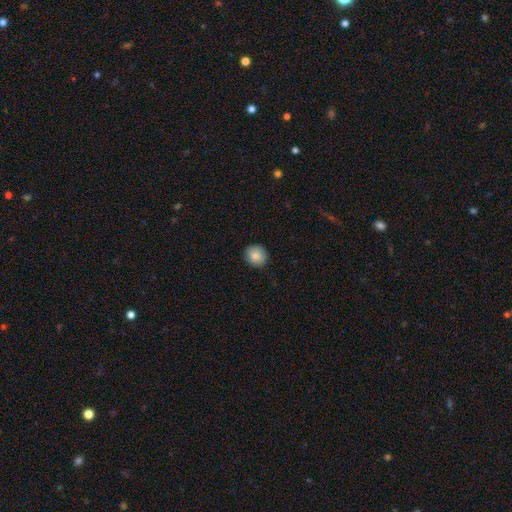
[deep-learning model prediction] smooth 86%, star or artifact 8%, featured or disk 5%. Down the decision tree: how rounded — round (87%); merging — none (91%).